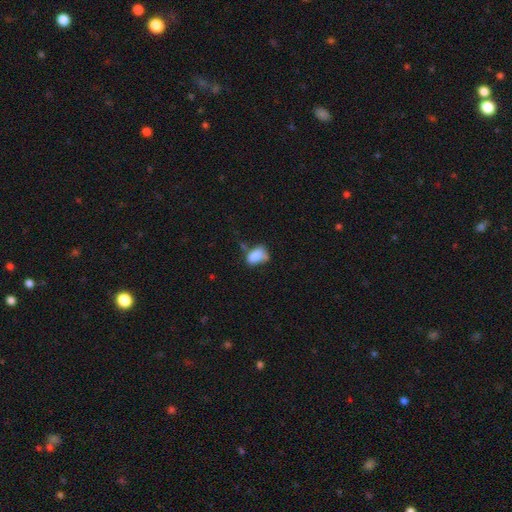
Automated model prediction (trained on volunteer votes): Smooth or featured? smooth (80%)
How rounded? in between (85%)
Merging? none (37%)